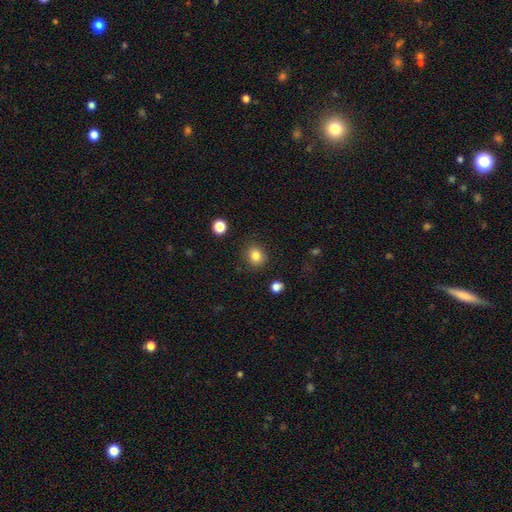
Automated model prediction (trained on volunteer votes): smooth 84%, star or artifact 11%, featured or disk 5%. Down the decision tree: how rounded — round (77%); merging — none (86%).